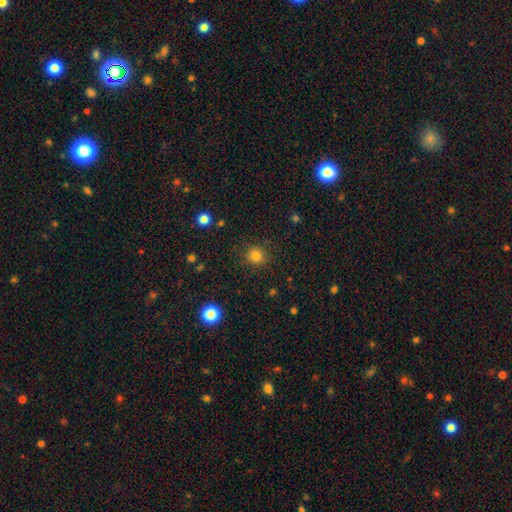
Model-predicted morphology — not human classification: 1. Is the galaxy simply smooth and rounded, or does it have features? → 81% smooth, 14% star or artifact, 5% featured or disk.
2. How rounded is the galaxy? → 90% round, 9% in between, 1% cigar-shaped.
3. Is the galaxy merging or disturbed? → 88% none, 8% minor disturbance, 3% major disturbance, 1% merger.